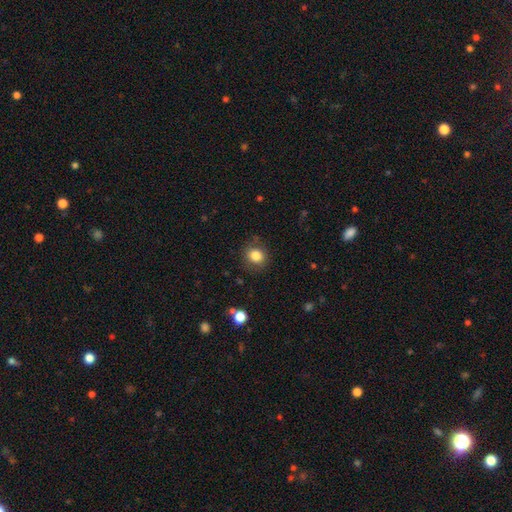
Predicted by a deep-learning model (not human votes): Smooth or featured? smooth (83%)
How rounded? round (80%)
Merging? none (82%)